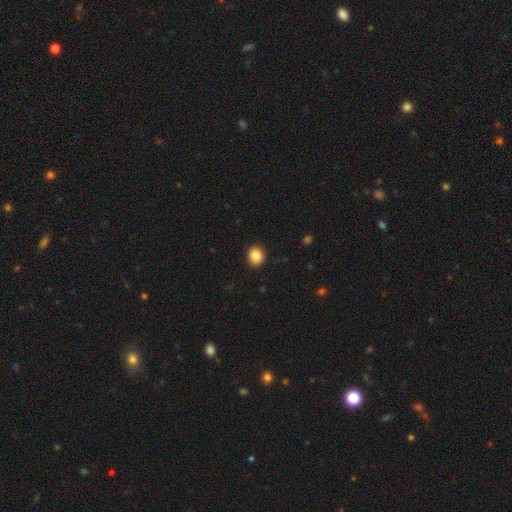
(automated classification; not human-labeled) Smooth or featured? Predicted: smooth (p=0.87). How rounded? Predicted: round (p=0.67). Merging? Predicted: none (p=0.89).